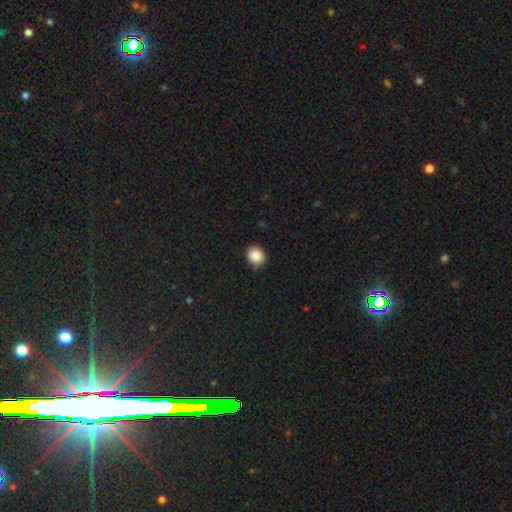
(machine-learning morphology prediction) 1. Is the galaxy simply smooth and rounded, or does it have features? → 87% smooth, 9% star or artifact, 4% featured or disk.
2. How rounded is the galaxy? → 77% round, 22% in between, 1% cigar-shaped.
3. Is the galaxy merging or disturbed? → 83% none, 13% minor disturbance, 2% major disturbance, 1% merger.